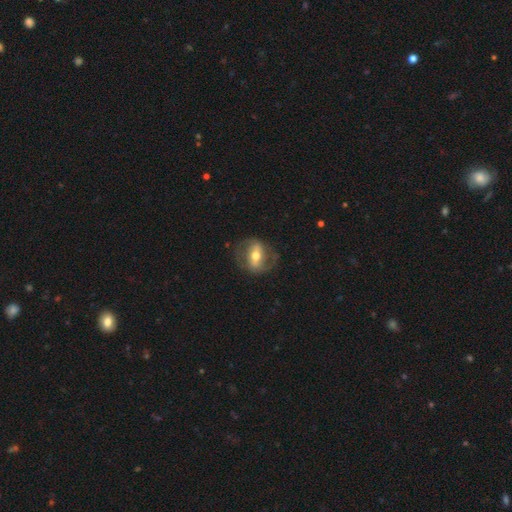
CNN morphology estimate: featured or disk 69%, smooth 25%, star or artifact 6%. Down the decision tree: edge-on disk — no (93%); bar — strong (48%); spiral arms — yes (69%); bulge size — moderate (72%); merging — none (71%).